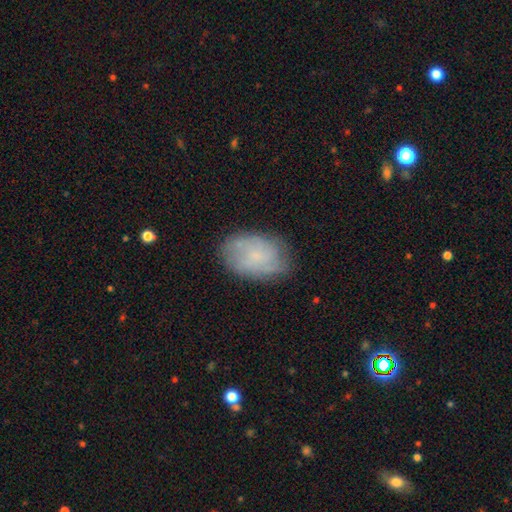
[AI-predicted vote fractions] A smooth galaxy with no disk features (51%) that is in between round and cigar-shaped (88%).

Vote fractions:
- Smooth or featured? smooth: 51% / featured or disk: 40% / star or artifact: 9%
- How rounded? in between: 88% / round: 11% / cigar-shaped: 1%
- Merging? none: 74% / minor disturbance: 19% / major disturbance: 6% / merger: 1%